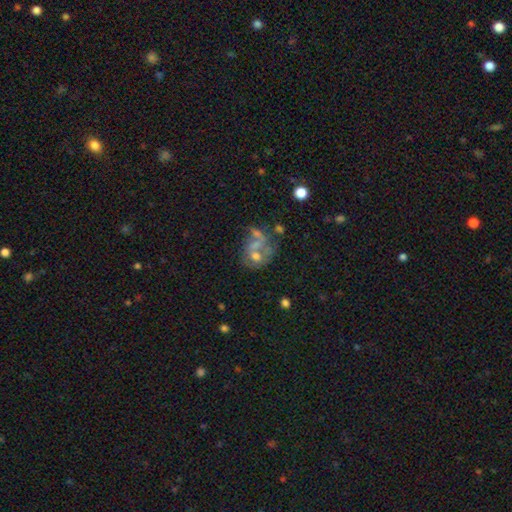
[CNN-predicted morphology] Smooth or featured? featured or disk (45%)
Merging? none (40%)